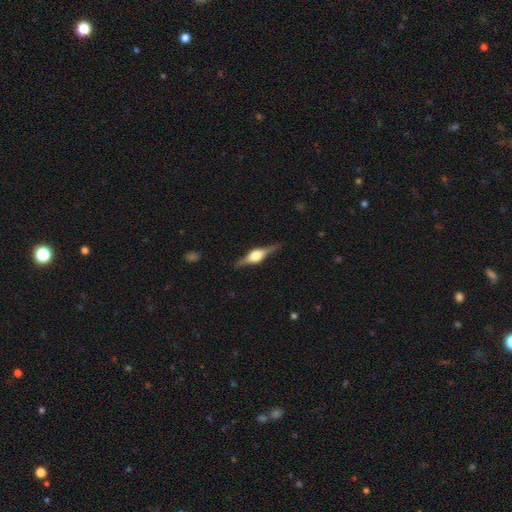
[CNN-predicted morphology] Smooth or featured? Predicted: featured or disk (p=0.80). Edge-on disk? Predicted: yes (p=0.98). Edge-on bulge? Predicted: rounded (p=0.90). Merging? Predicted: none (p=0.87).